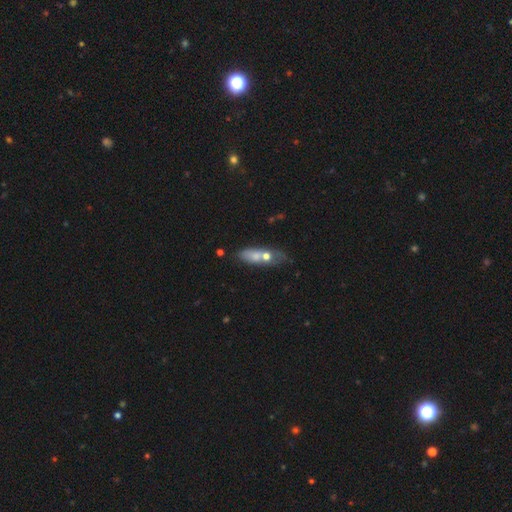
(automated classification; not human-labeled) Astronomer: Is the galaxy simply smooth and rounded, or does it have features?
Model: smooth — 54% (runner-up: featured or disk, 35%).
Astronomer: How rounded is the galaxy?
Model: in between — 54% (runner-up: cigar-shaped, 38%).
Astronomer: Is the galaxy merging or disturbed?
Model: none — 46% (runner-up: merger, 31%).